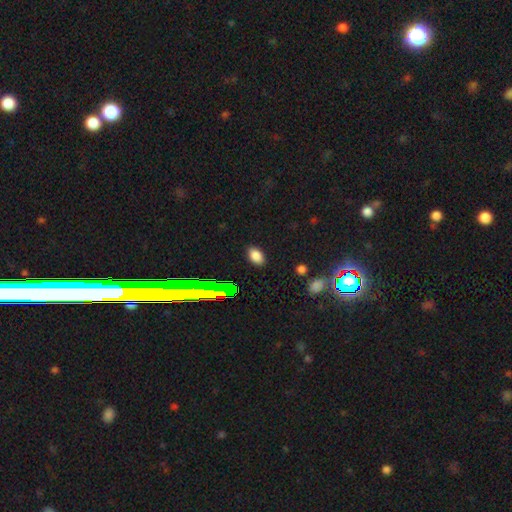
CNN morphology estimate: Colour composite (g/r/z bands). It shows a smooth galaxy with no disk features (80%) that is in between round and cigar-shaped (86%). Merging: none (87%).